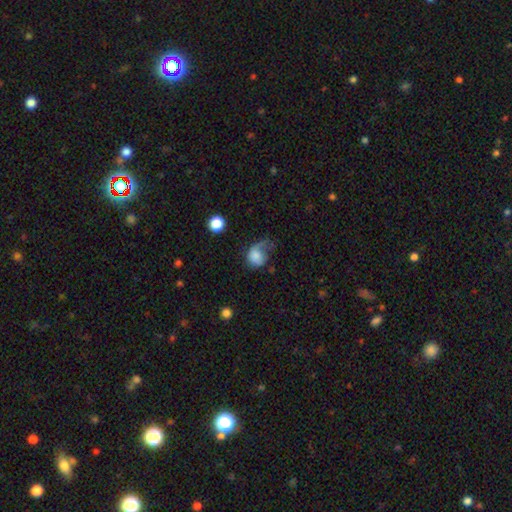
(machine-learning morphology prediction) type=smooth (66%); roundness=round (58%); merging=major disturbance (49%).